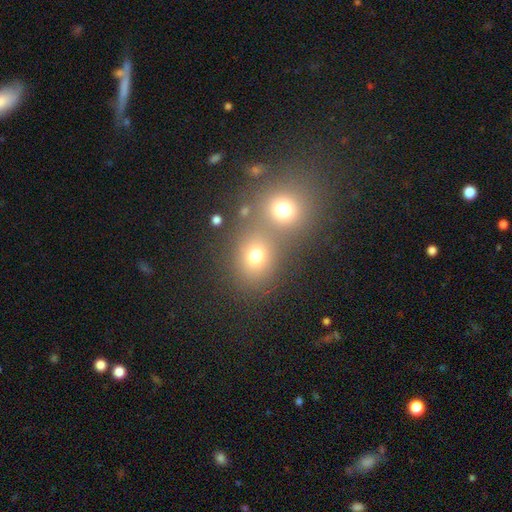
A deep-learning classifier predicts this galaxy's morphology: Smooth or featured?
  - smooth: 72% *
  - star or artifact: 17%
  - featured or disk: 11%
How rounded?
  - round: 70% *
  - in between: 29%
  - cigar-shaped: 1%
Merging?
  - none: 46% *
  - merger: 44%
  - minor disturbance: 7%
  - major disturbance: 4%